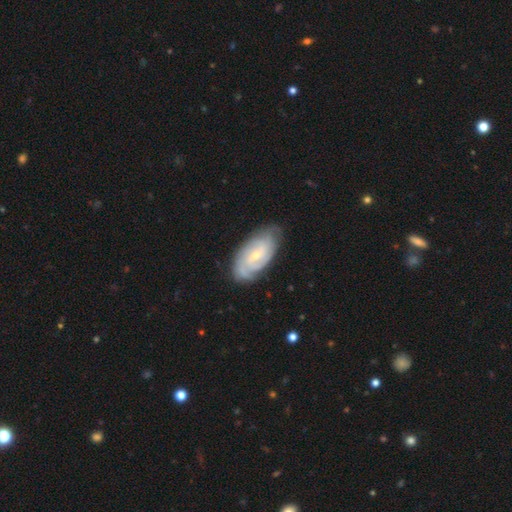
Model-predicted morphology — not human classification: This appears to be a featured or disk galaxy (77%) with no bar (57%), tight (65%) spiral arms (94%) and a small central bulge (70%). Merging: none (76%).